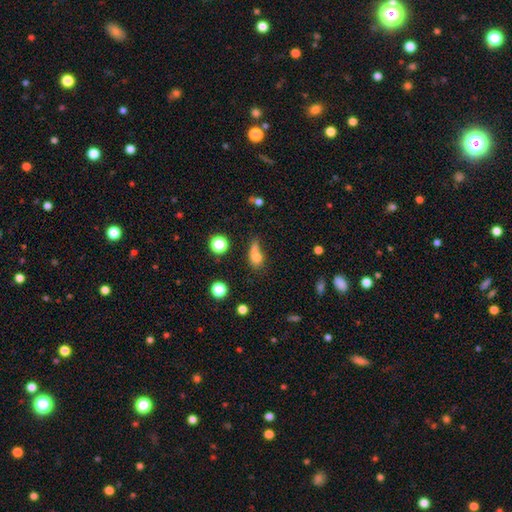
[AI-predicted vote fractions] This appears to be a smooth galaxy with no disk features (69%) that is in between round and cigar-shaped (55%). Merging: none (31%).